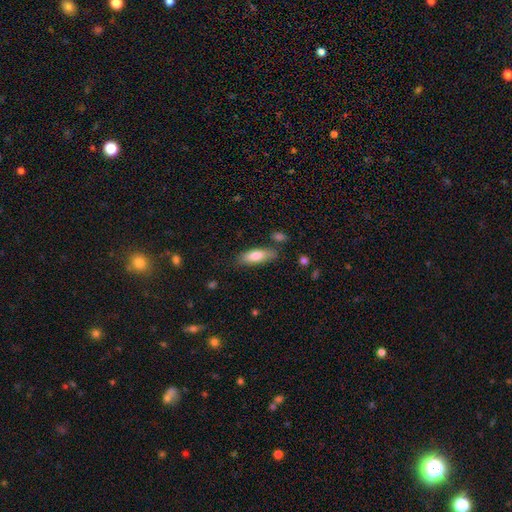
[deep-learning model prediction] Overall: smooth (78%). How rounded: in between (57%; cigar-shaped 41%). Merging: none (75%).